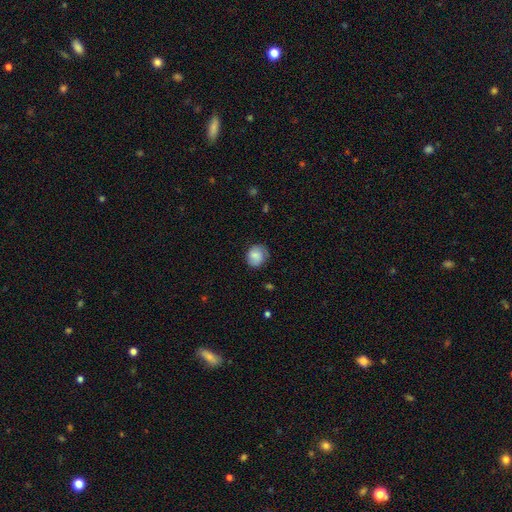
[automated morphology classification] Smooth or featured? smooth (78%)
How rounded? round (69%)
Merging? none (69%)